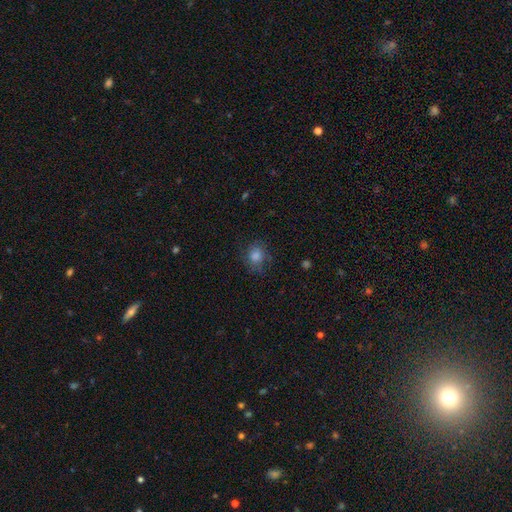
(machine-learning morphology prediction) Smooth or featured? smooth (71%)
How rounded? round (71%)
Merging? none (71%)